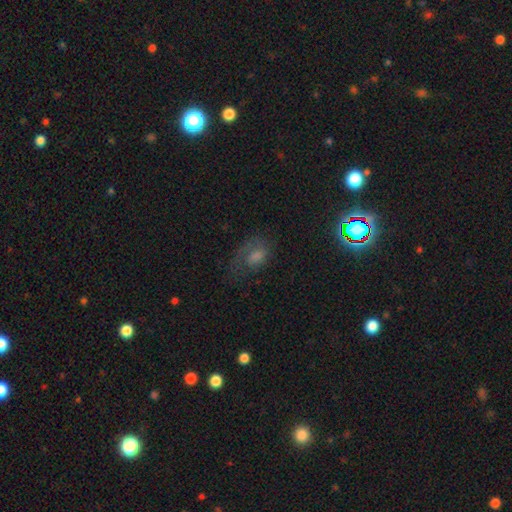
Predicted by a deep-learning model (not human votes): Overall: smooth (39%; featured or disk 36%). Merging: none (49%; major disturbance 26%).